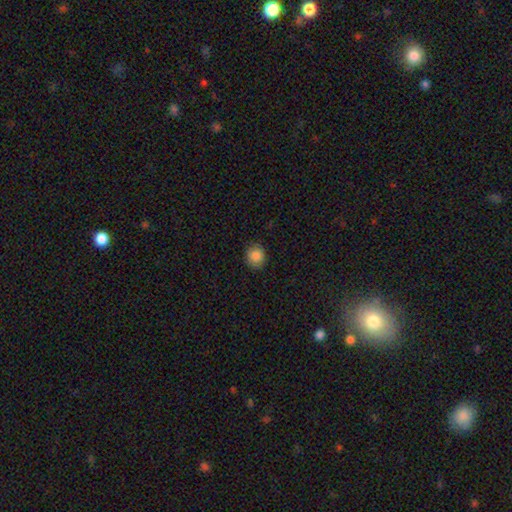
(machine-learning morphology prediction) Smooth or featured: smooth — 86% (star or artifact — 10%)
How rounded: round — 81% (in between — 18%)
Merging: none — 87% (minor disturbance — 9%)